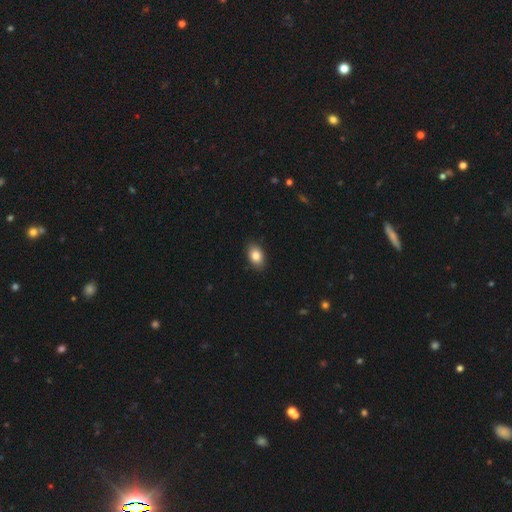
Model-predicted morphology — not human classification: The model was most divided on "how rounded": in between: 85%, round: 14%, cigar-shaped: 1%. More confident: merging — none (87%); smooth or featured — smooth (85%).